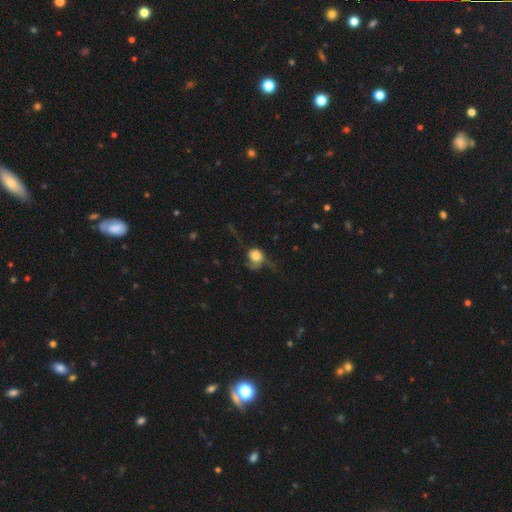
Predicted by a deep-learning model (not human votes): Overall: smooth (66%). How rounded: round (80%). Merging: major disturbance (39%; none 34%).